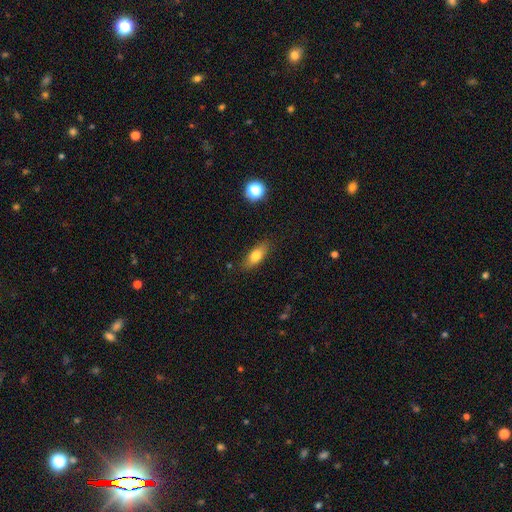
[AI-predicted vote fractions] Q: Smooth or featured?
A: smooth (75%); runner-up: featured or disk (16%)
Q: How rounded?
A: in between (76%); runner-up: cigar-shaped (19%)
Q: Merging?
A: none (84%); runner-up: minor disturbance (12%)